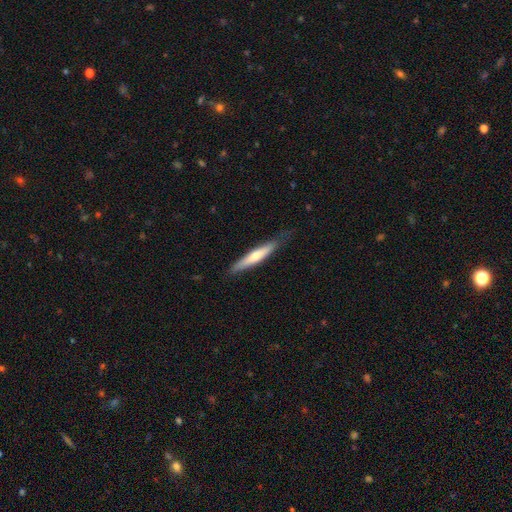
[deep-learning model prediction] This is possibly a smooth galaxy (51%). How rounded: clearly cigar-shaped (91%). Merging: likely none (77%).